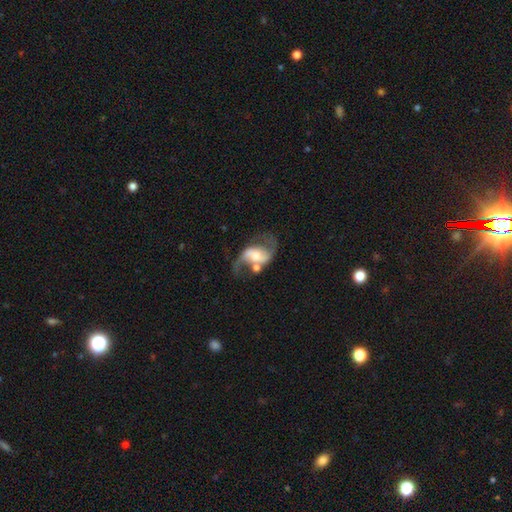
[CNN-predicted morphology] smooth-or-featured: featured or disk: 83% | smooth: 11% | star or artifact: 6%
  disk-edge-on: no: 97% | yes: 3%
    bar: weak: 41% | no: 36% | strong: 23%
    has-spiral-arms: yes: 92% | no: 8%
      spiral-winding: loose: 62% | medium: 32% | tight: 6%
      spiral-arm-count: 2: 90% | 1: 4% | can't tell: 3% | 3: 1% | 4: 1% | more than 4: 1%
    bulge-size: moderate: 52% | small: 26% | large: 15% | none: 5% | dominant: 2%
  merging: none: 48% | merger: 22% | major disturbance: 15% | minor disturbance: 15%